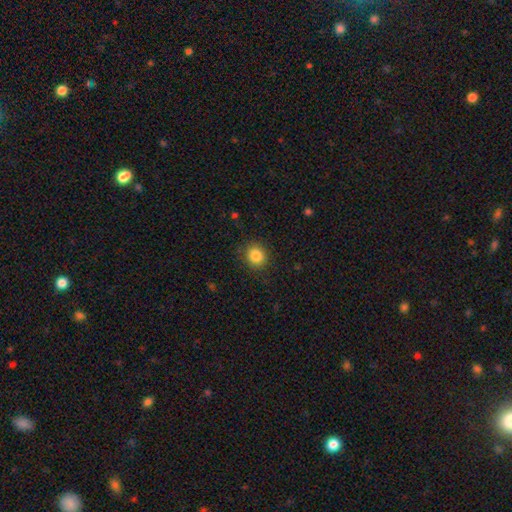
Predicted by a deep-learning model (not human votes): Smooth or featured?
  - smooth: 85% *
  - star or artifact: 10%
  - featured or disk: 5%
How rounded?
  - round: 83% *
  - in between: 16%
  - cigar-shaped: 1%
Merging?
  - none: 88% *
  - minor disturbance: 8%
  - major disturbance: 3%
  - merger: 1%